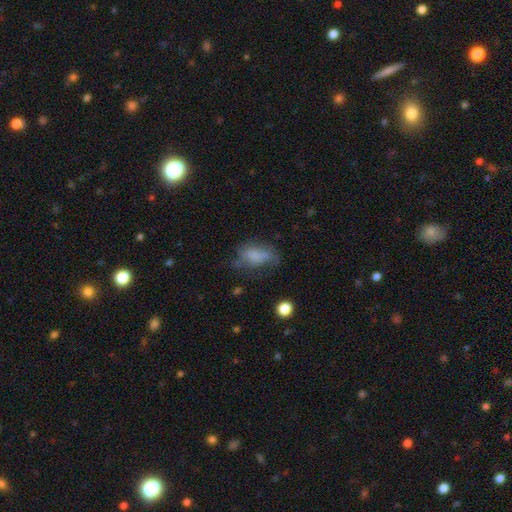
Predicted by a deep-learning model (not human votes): A smooth galaxy with no disk features (66%) that is in between round and cigar-shaped (84%).

Vote fractions:
- Smooth or featured? smooth: 66% / featured or disk: 22% / star or artifact: 12%
- How rounded? in between: 84% / round: 9% / cigar-shaped: 7%
- Merging? none: 40% / minor disturbance: 30% / major disturbance: 26% / merger: 4%